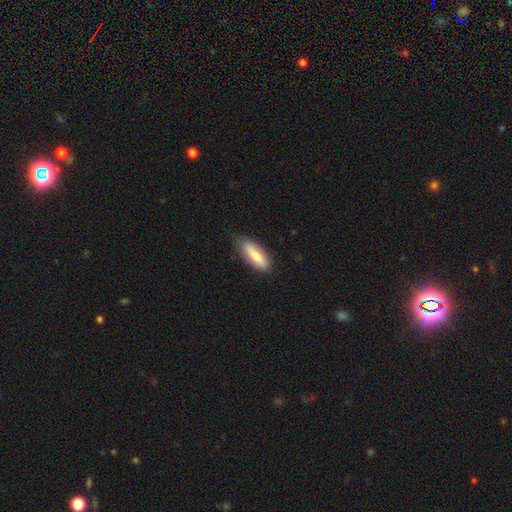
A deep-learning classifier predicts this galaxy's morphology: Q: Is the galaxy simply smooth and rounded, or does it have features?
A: smooth — 71%.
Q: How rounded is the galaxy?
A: in between — 54%.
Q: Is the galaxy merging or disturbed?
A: none — 78%.